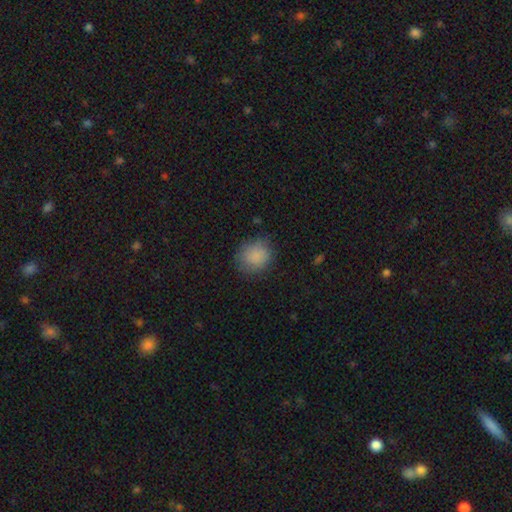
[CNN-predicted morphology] The model was most divided on "how rounded": round: 80%, in between: 19%, cigar-shaped: 1%. More confident: smooth or featured — smooth (85%); merging — none (80%).